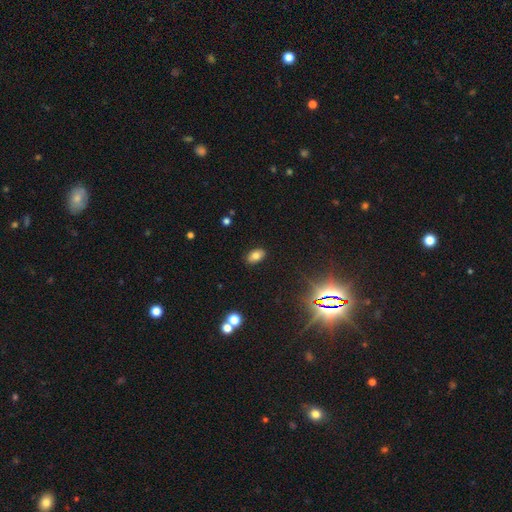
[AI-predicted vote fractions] This appears to be a smooth galaxy with no disk features (75%) that is in between round and cigar-shaped (90%). Merging: none (87%).